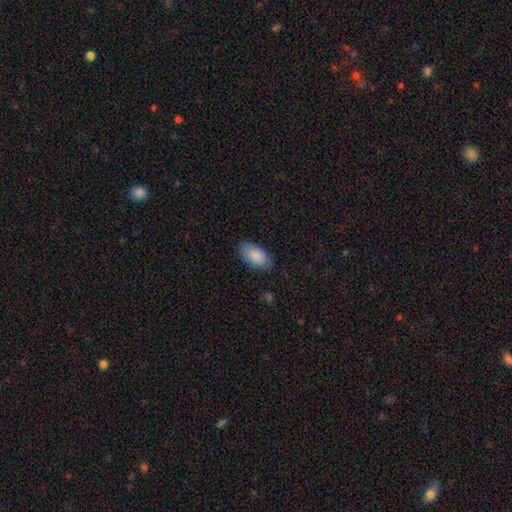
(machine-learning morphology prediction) Smooth or featured? smooth (88%)
How rounded? in between (95%)
Merging? none (83%)